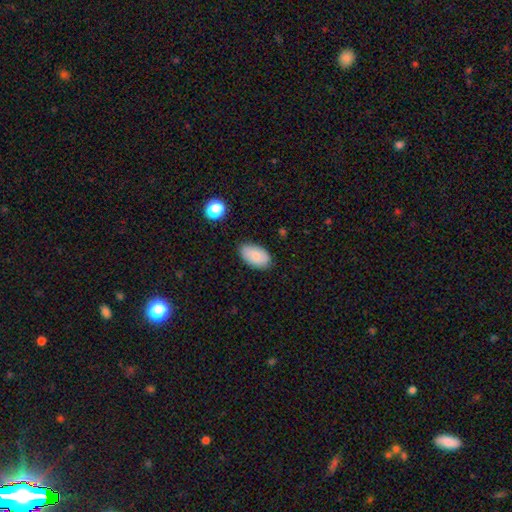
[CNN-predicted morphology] type=smooth (83%); roundness=in between (94%); merging=none (77%).